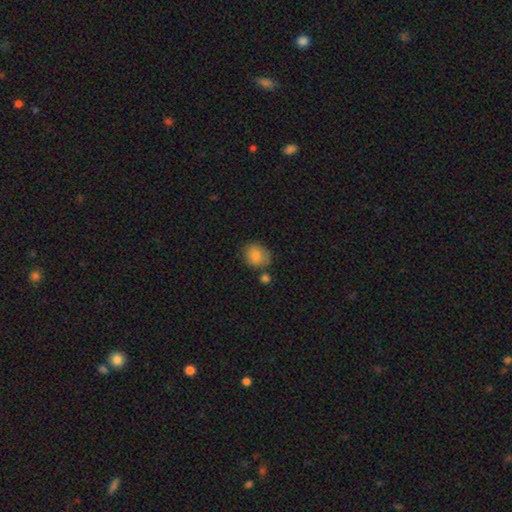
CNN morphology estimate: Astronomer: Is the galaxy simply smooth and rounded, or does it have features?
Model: smooth — 82%.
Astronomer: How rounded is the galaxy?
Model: round — 62% (runner-up: in between, 37%).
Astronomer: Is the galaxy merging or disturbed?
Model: none — 67%.